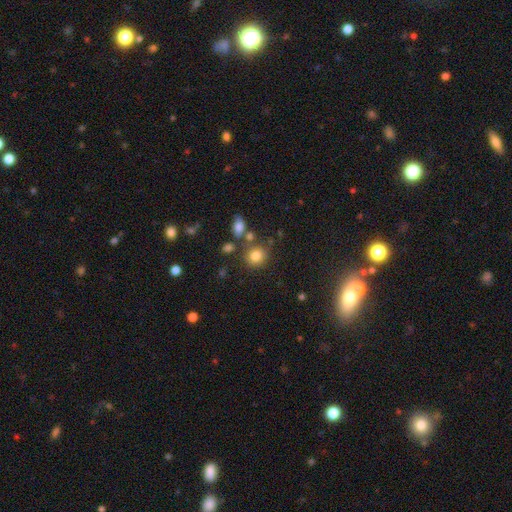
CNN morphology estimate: smooth-or-featured: smooth: 81% | star or artifact: 12% | featured or disk: 7%
  how-rounded: round: 82% | in between: 17% | cigar-shaped: 1%
  merging: none: 73% | merger: 12% | minor disturbance: 11% | major disturbance: 4%